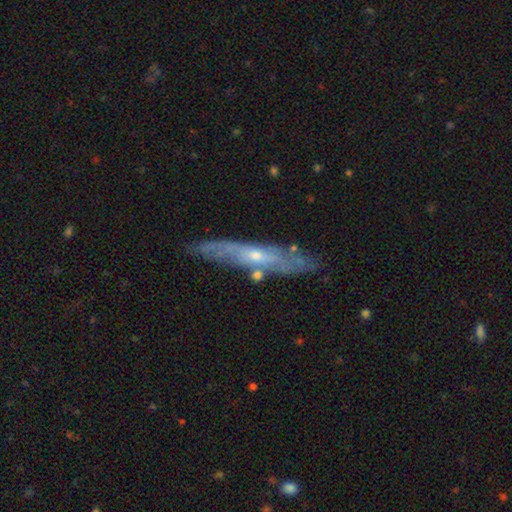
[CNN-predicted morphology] Overall: featured or disk (72%). Edge-on disk: yes (66%; no 34%). Merging: none (78%).